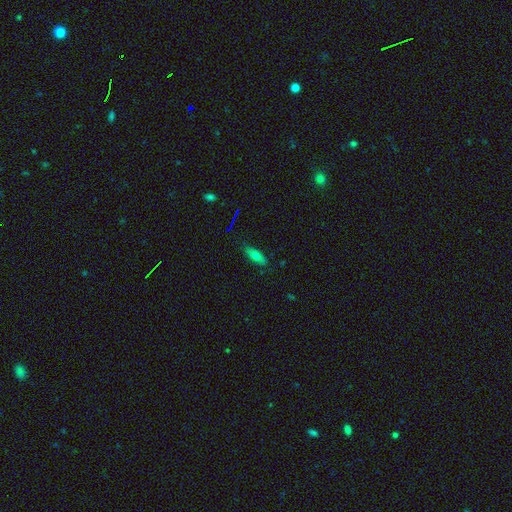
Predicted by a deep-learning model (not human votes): Overall: smooth (66%). How rounded: in between (61%; cigar-shaped 36%). Merging: none (84%).